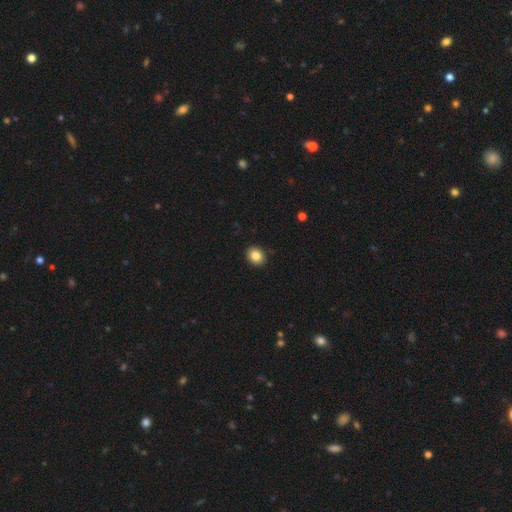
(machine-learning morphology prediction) The model was most divided on "how rounded": round: 61%, in between: 38%, cigar-shaped: 1%. More confident: merging — none (90%); smooth or featured — smooth (86%).